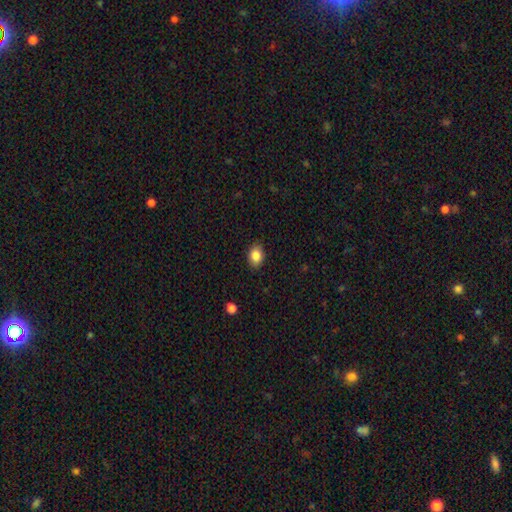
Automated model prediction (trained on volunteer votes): Morphology: type=smooth (86%); roundness=in between (74%); merging=none (86%).